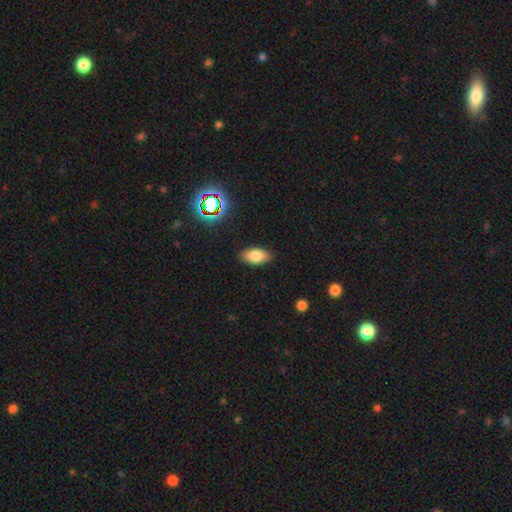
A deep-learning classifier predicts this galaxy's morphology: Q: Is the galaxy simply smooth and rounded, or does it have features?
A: smooth — 79%.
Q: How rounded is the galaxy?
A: in between — 91%.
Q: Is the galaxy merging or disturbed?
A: none — 86%.